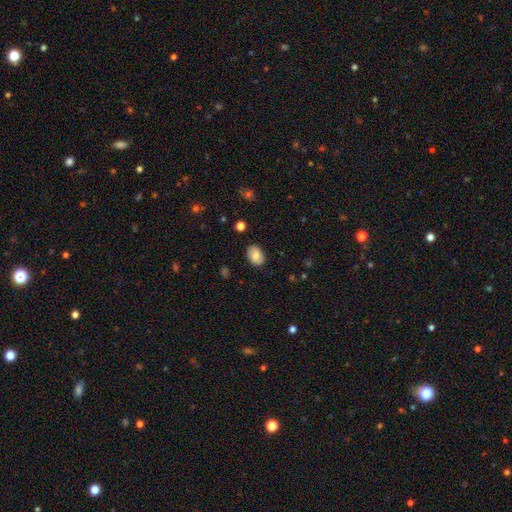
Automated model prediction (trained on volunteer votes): smooth-or-featured: smooth: 81% | featured or disk: 11% | star or artifact: 8%
  how-rounded: in between: 82% | round: 17% | cigar-shaped: 1%
  merging: none: 84% | minor disturbance: 12% | major disturbance: 3% | merger: 1%